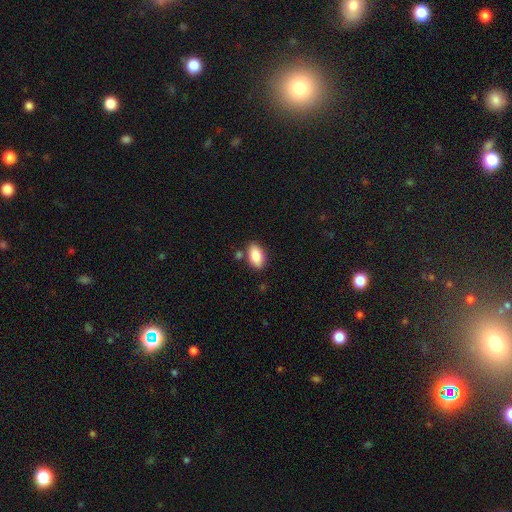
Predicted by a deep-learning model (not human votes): A smooth galaxy with no disk features (85%) that is in between round and cigar-shaped (93%). Merging: none (79%).